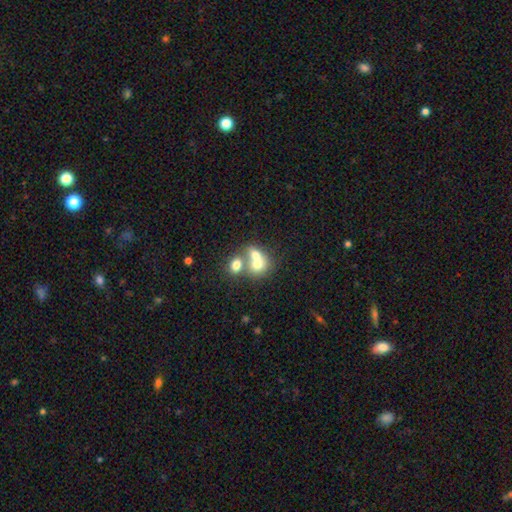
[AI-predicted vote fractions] smooth_or_featured: smooth (p=0.67) [alt: featured or disk p=0.22]
how_rounded: round (p=0.57) [alt: in between p=0.42]
merging: merger (p=0.68) [alt: none p=0.23]